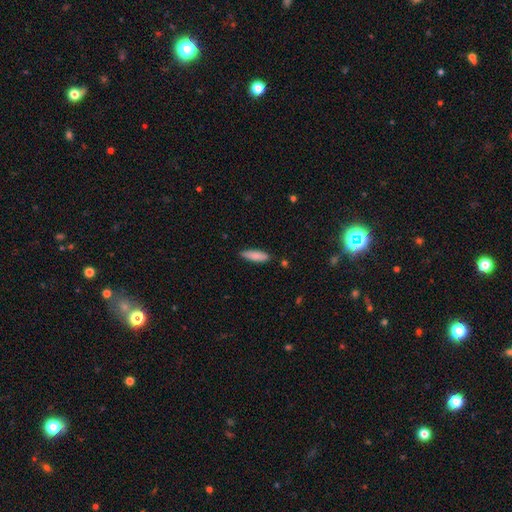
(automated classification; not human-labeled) Overall: smooth (85%). How rounded: cigar-shaped (53%; in between 46%). Merging: none (84%).